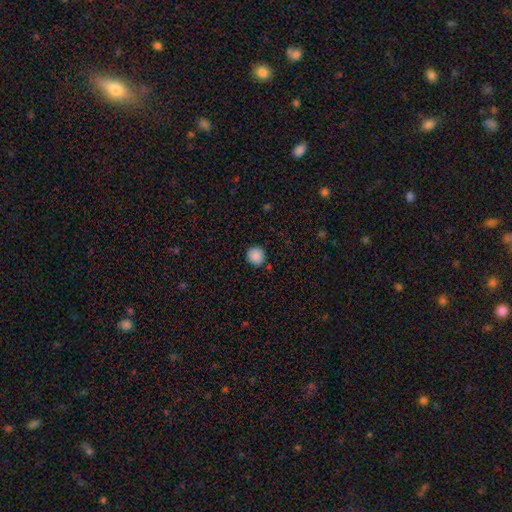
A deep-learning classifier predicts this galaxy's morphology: This is clearly a smooth galaxy (88%). How rounded: clearly round (92%). Merging: clearly none (86%).